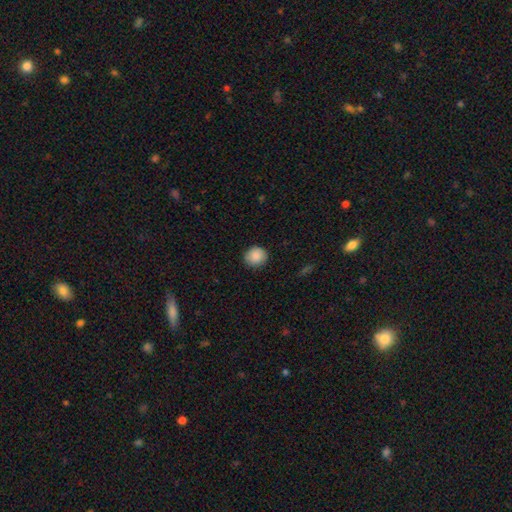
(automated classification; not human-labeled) A smooth galaxy with no disk features (88%) that is round (86%).

Vote fractions:
- Smooth or featured? smooth: 88% / star or artifact: 8% / featured or disk: 4%
- How rounded? round: 86% / in between: 13% / cigar-shaped: 1%
- Merging? none: 89% / minor disturbance: 8% / major disturbance: 2% / merger: 1%